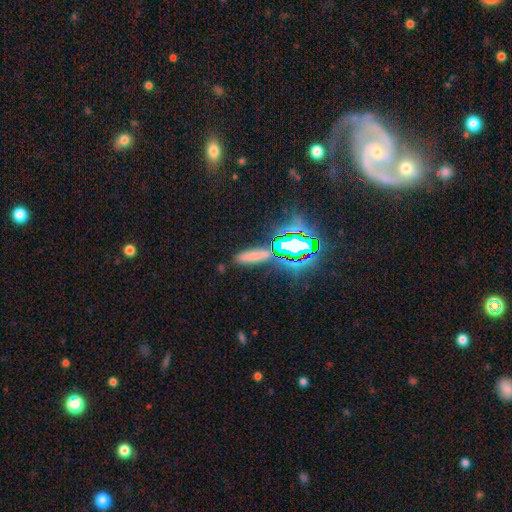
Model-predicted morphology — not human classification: smooth_or_featured: smooth (p=0.55) [alt: star or artifact p=0.34]
how_rounded: cigar-shaped (p=0.71) [alt: in between p=0.24]
merging: none (p=0.79) [alt: minor disturbance p=0.12]